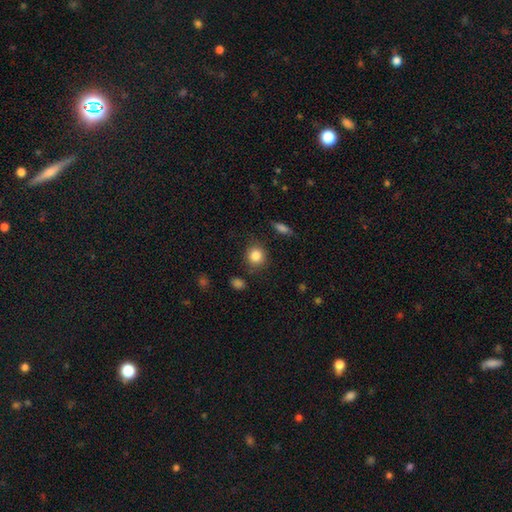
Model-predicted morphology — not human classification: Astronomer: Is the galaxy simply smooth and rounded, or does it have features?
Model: smooth — 85%.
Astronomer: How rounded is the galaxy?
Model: round — 85%.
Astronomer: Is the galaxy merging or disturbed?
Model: none — 86%.